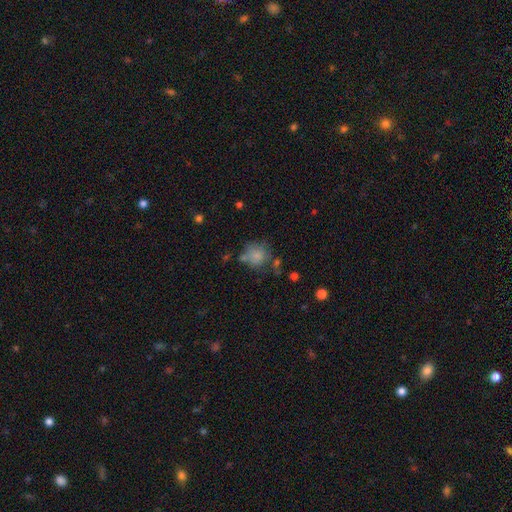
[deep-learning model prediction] A smooth galaxy with no disk features (72%) that is round (78%). Merging: none (49%).